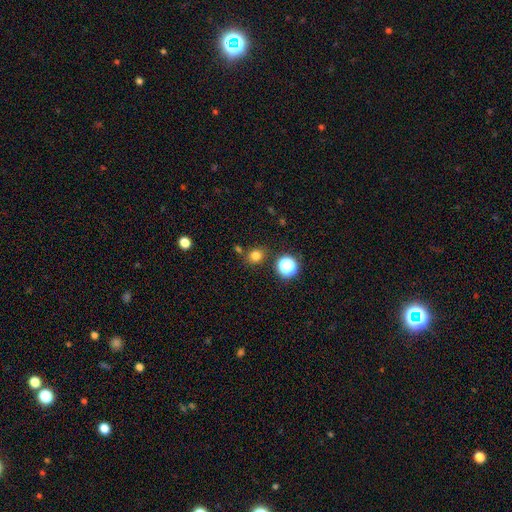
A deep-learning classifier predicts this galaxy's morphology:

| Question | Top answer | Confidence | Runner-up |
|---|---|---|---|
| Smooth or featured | smooth | 77% | star or artifact (18%) |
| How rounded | round | 79% | in between (20%) |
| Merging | none | 79% | minor disturbance (10%) |